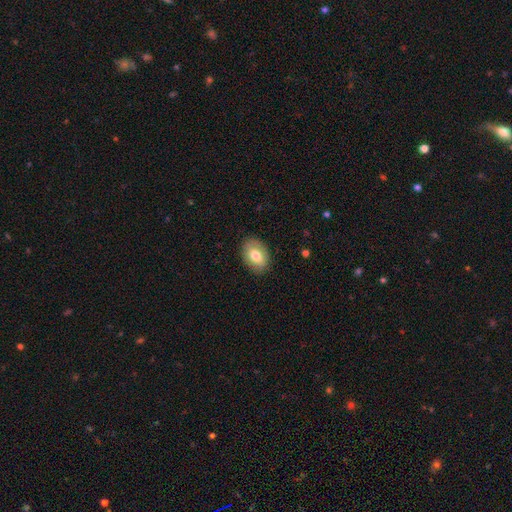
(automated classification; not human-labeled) The model was most divided on "smooth or featured": smooth: 73%, featured or disk: 20%, star or artifact: 7%. More confident: merging — none (85%); how rounded — in between (80%).